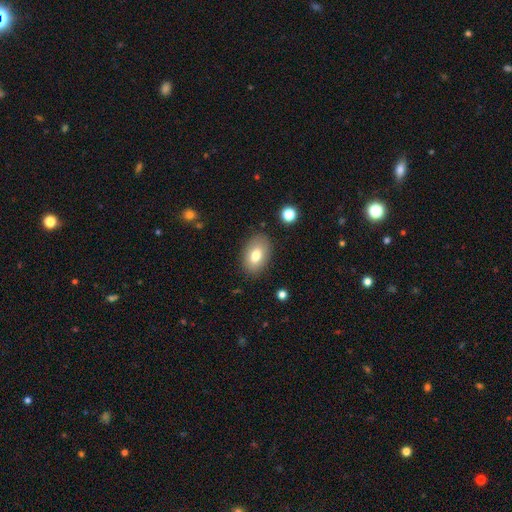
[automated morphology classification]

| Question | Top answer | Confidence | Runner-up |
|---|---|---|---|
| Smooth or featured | smooth | 78% | featured or disk (14%) |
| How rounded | in between | 89% | round (10%) |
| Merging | none | 84% | minor disturbance (11%) |